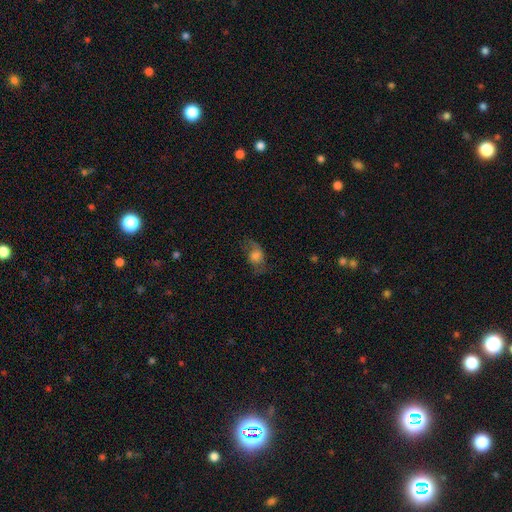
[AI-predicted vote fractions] A smooth galaxy with no disk features (51%) that is in between round and cigar-shaped (60%). Merging: none (54%).